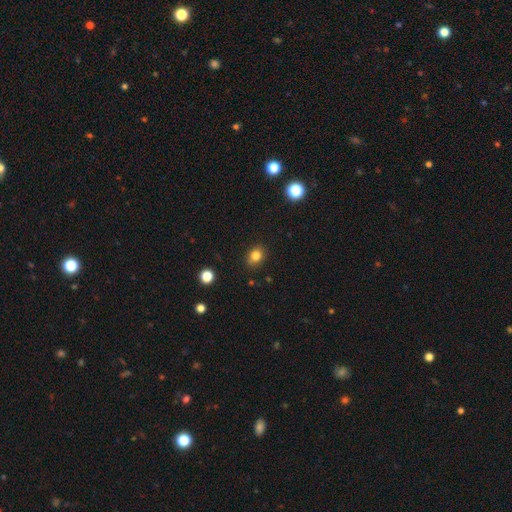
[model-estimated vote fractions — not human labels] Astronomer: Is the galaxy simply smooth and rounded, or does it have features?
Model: smooth — 82%.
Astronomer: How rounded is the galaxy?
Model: round — 50% (runner-up: in between, 49%).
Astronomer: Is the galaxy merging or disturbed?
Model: none — 85%.